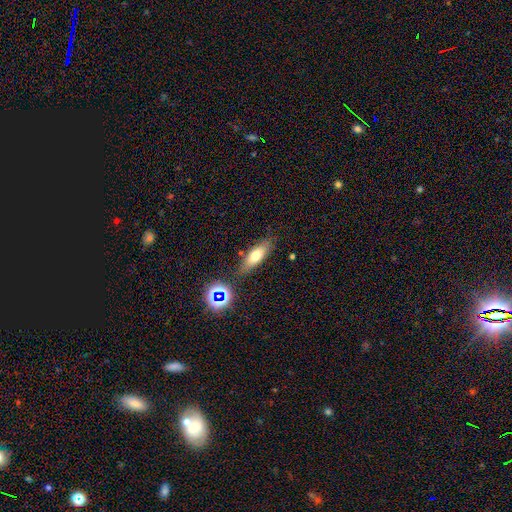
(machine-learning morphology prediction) smooth 66%, featured or disk 23%, star or artifact 11%. Down the decision tree: how rounded — in between (58%); merging — none (78%).